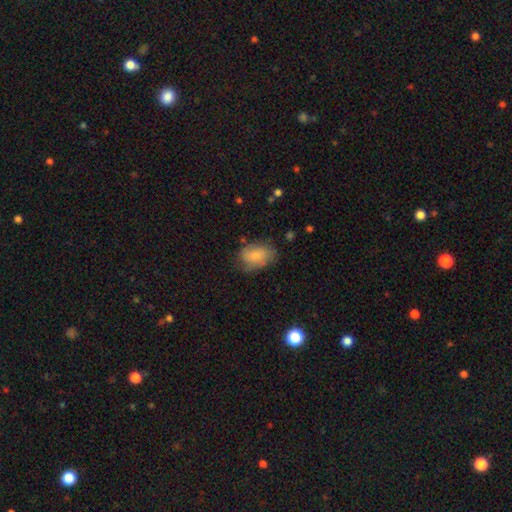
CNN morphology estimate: A smooth galaxy with no disk features (74%) that is in between round and cigar-shaped (83%). Merging: none (66%).